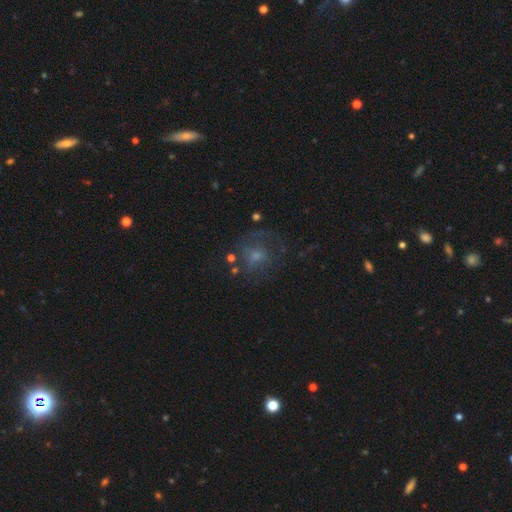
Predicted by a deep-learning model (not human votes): A featured or disk galaxy (43%). Merging: none (49%).